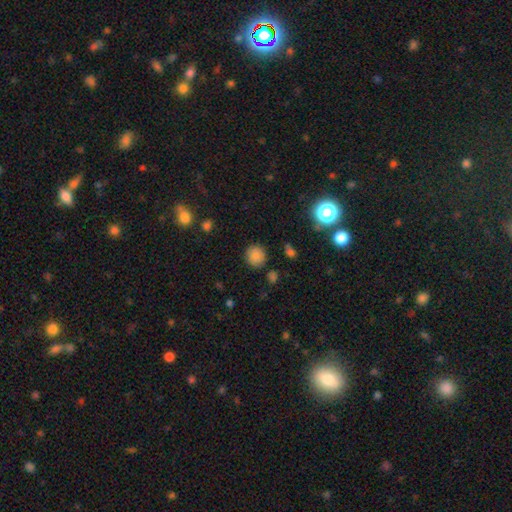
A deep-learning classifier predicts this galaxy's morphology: This appears to be a smooth galaxy with no disk features (84%) that is round (90%). Merging: none (86%).